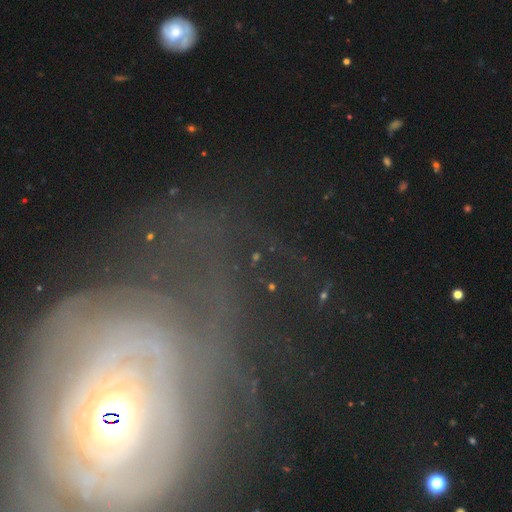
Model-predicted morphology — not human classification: featured or disk 63%, star or artifact 21%, smooth 15%. Down the decision tree: edge-on disk — no (88%); bar — no (55%); spiral arms — yes (75%); bulge size — small (44%); merging — none (64%).